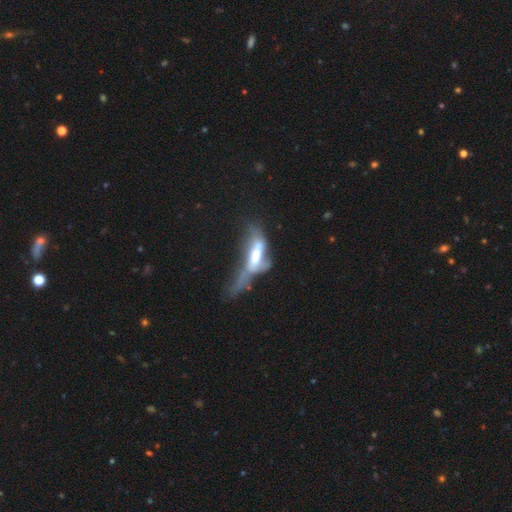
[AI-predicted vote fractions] A featured or disk galaxy (51%). Merging: major disturbance (46%).